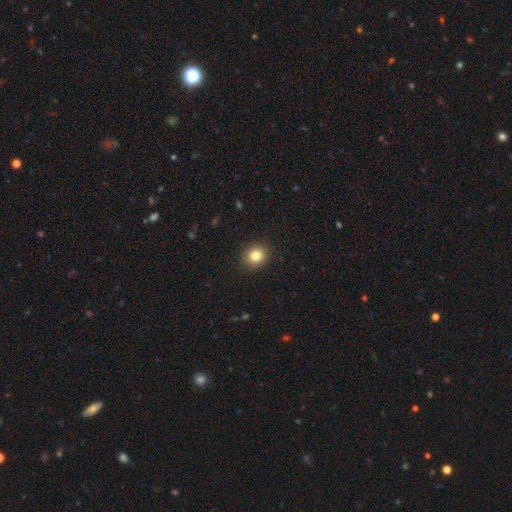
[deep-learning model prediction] Q: Smooth or featured?
A: smooth (82%); runner-up: star or artifact (11%)
Q: How rounded?
A: round (77%); runner-up: in between (22%)
Q: Merging?
A: none (91%); runner-up: minor disturbance (6%)